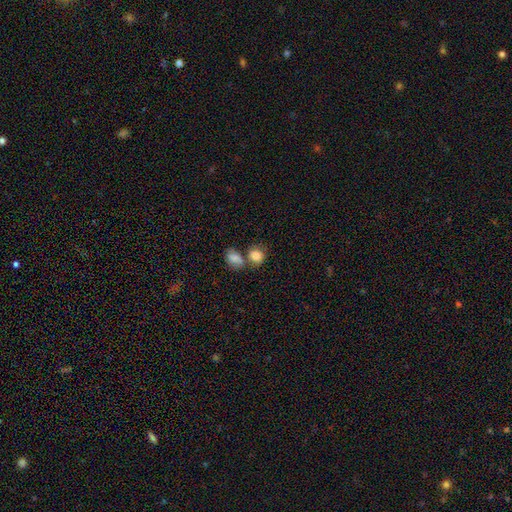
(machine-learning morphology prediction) The model was most divided on "merging": none: 44%, merger: 39%, minor disturbance: 12%, major disturbance: 5%. More confident: smooth or featured — smooth (84%); how rounded — round (63%).